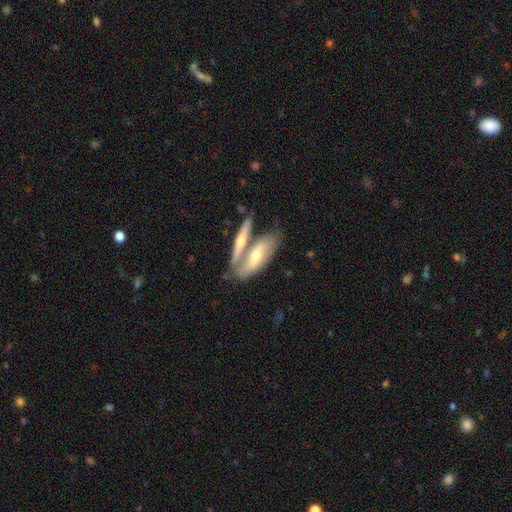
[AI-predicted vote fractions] This is possibly a featured or disk galaxy (55%). It is possibly viewed edge-on (55%). Merging: possibly merger (47%).